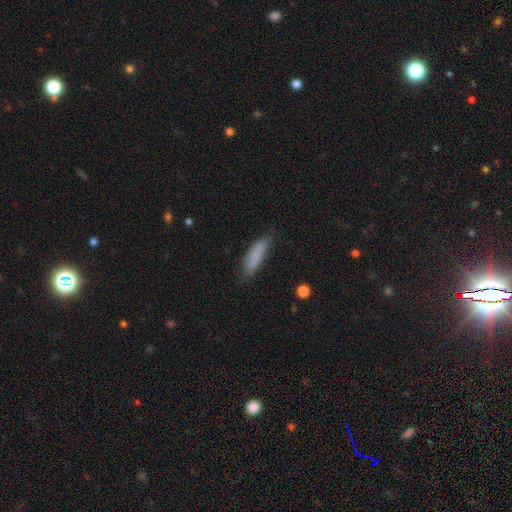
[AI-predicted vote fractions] Smooth or featured?
  - smooth: 83% *
  - featured or disk: 10%
  - star or artifact: 7%
How rounded?
  - cigar-shaped: 67% *
  - in between: 32%
  - round: 2%
Merging?
  - none: 74% *
  - minor disturbance: 20%
  - major disturbance: 4%
  - merger: 2%